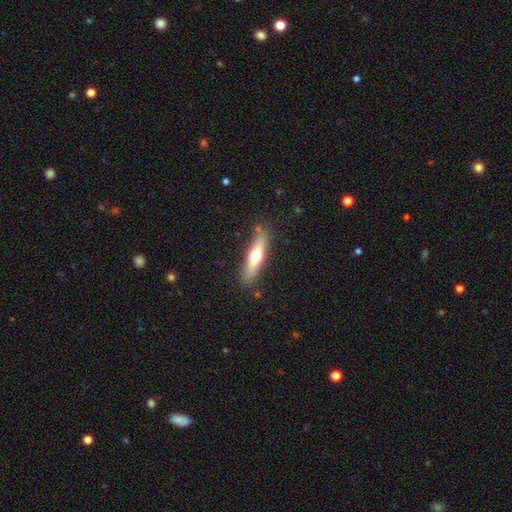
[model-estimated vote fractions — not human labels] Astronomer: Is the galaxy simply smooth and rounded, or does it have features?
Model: smooth — 48% (runner-up: featured or disk, 46%).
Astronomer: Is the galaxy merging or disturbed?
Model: none — 84%.